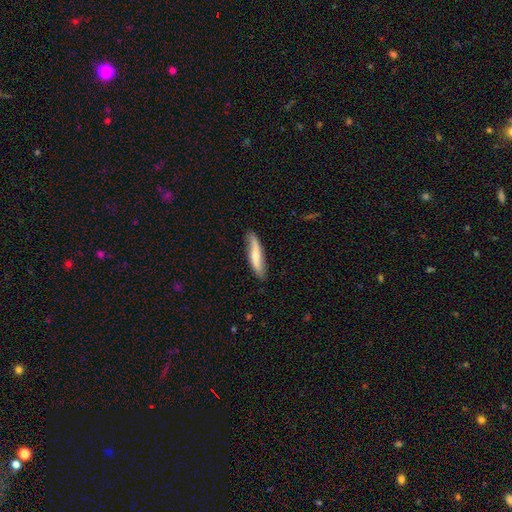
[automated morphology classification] This appears to be a smooth galaxy with no disk features (55%) that is cigar-shaped (80%). Merging: none (81%).